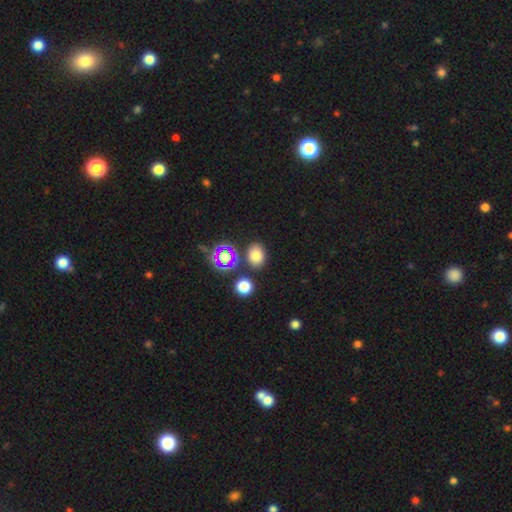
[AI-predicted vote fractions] Smooth or featured?
  - smooth: 73% *
  - star or artifact: 20%
  - featured or disk: 8%
How rounded?
  - in between: 58% *
  - round: 41%
  - cigar-shaped: 1%
Merging?
  - none: 77% *
  - minor disturbance: 11%
  - merger: 9%
  - major disturbance: 4%